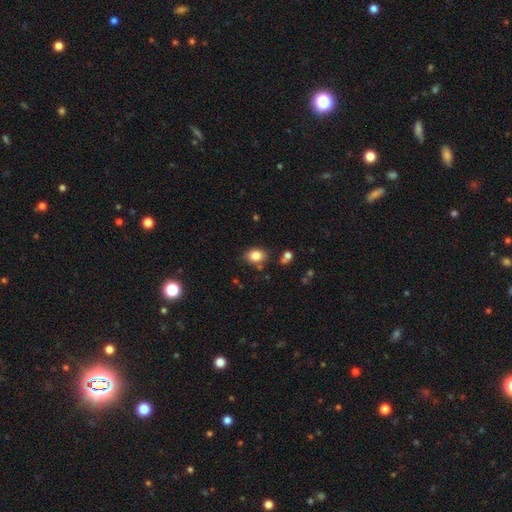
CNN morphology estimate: Smooth or featured?
  - smooth: 83% *
  - star or artifact: 9%
  - featured or disk: 7%
How rounded?
  - in between: 67% *
  - round: 32%
  - cigar-shaped: 1%
Merging?
  - none: 76% *
  - minor disturbance: 15%
  - merger: 6%
  - major disturbance: 4%